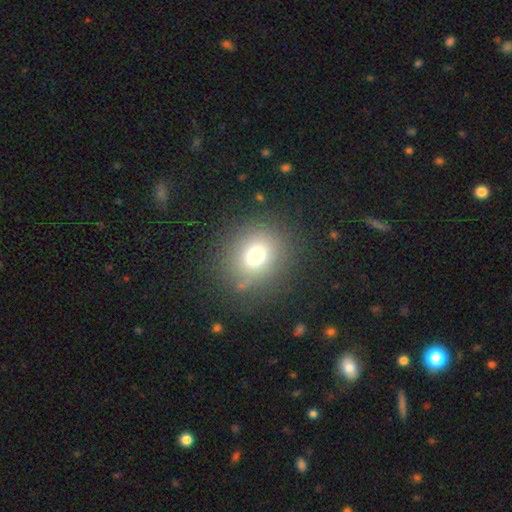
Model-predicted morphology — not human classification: type=smooth (73%); roundness=round (79%); merging=none (83%).